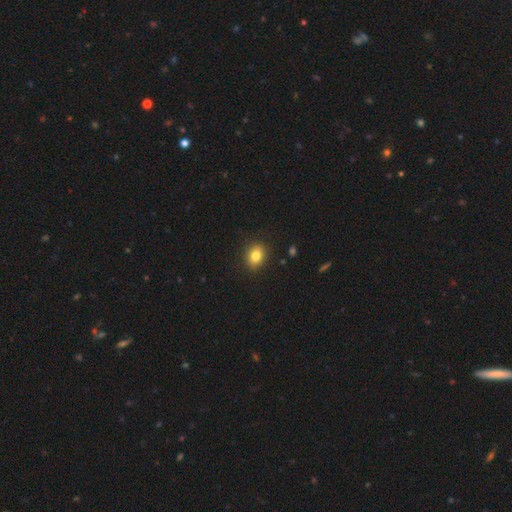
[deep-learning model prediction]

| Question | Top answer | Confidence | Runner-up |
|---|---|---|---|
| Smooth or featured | smooth | 82% | star or artifact (10%) |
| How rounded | in between | 51% | round (47%) |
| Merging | none | 88% | minor disturbance (9%) |